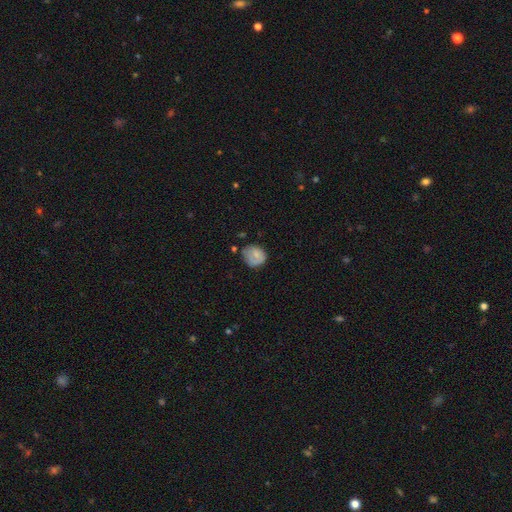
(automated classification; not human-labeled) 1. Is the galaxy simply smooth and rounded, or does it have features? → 73% smooth, 19% featured or disk, 8% star or artifact.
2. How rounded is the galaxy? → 69% round, 30% in between, 1% cigar-shaped.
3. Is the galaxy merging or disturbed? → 54% none, 30% minor disturbance, 11% major disturbance, 5% merger.